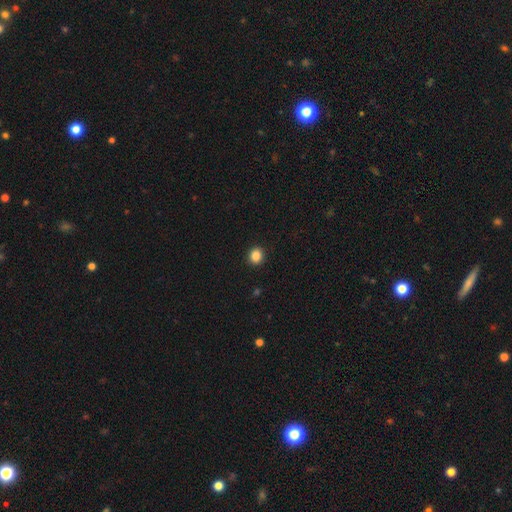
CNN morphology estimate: Smooth or featured? Predicted: smooth (p=0.87). How rounded? Predicted: round (p=0.78). Merging? Predicted: none (p=0.92).